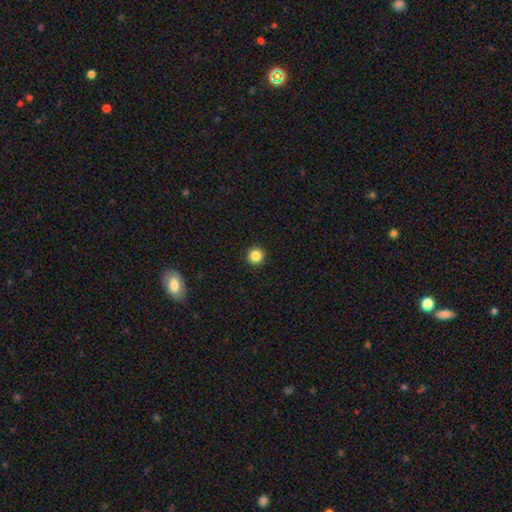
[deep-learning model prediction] Smooth or featured?
  - smooth: 86% *
  - star or artifact: 11%
  - featured or disk: 3%
How rounded?
  - round: 96% *
  - in between: 3%
  - cigar-shaped: 1%
Merging?
  - none: 94% *
  - minor disturbance: 4%
  - major disturbance: 1%
  - merger: 1%